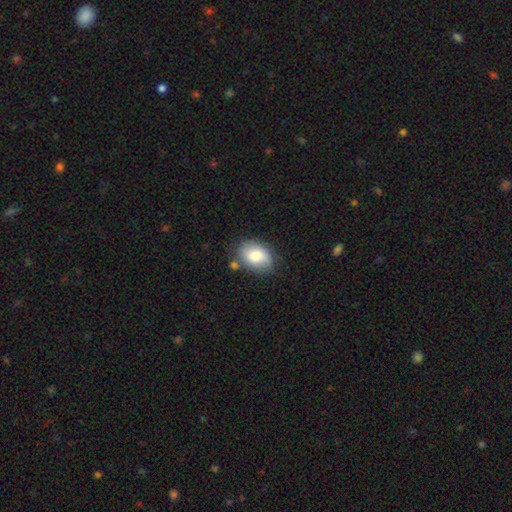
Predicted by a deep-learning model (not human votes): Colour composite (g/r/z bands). It shows a smooth galaxy with no disk features (77%) that is in between round and cigar-shaped (81%). Merging: none (67%).